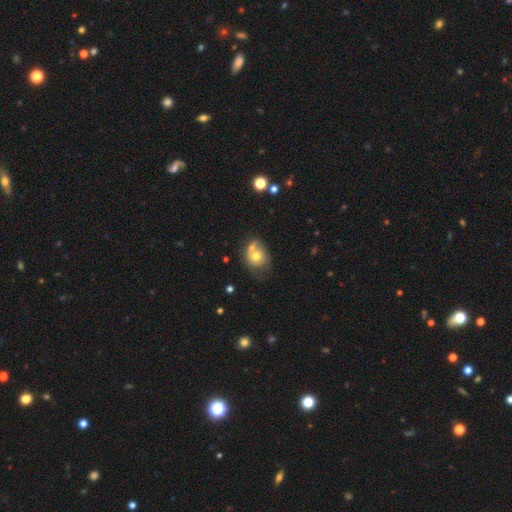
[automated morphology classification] This is likely a smooth galaxy (64%). How rounded: likely round (63%). Merging: marginally merger (42%).